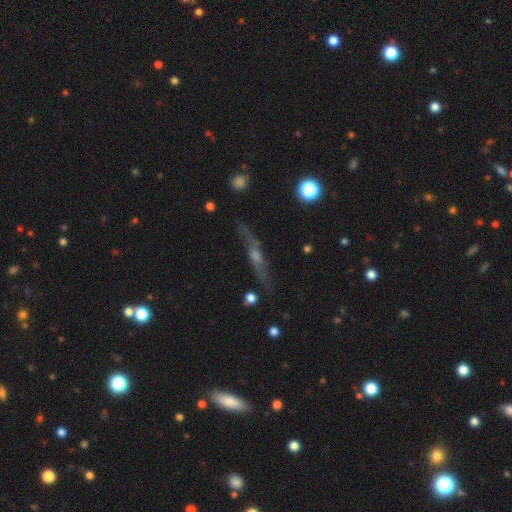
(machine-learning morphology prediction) Smooth or featured: featured or disk — 65% (smooth — 19%)
Edge-on disk: yes — 87% (no — 13%)
Edge-on bulge: rounded — 88% (none — 7%)
Merging: none — 79% (minor disturbance — 13%)